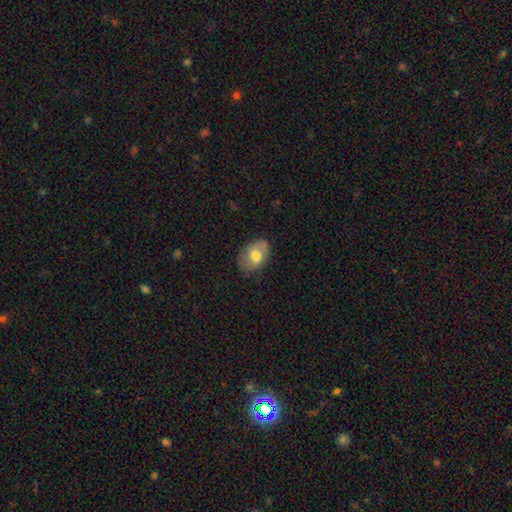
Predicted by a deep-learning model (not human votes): Smooth or featured?
  - smooth: 66% *
  - featured or disk: 26%
  - star or artifact: 7%
How rounded?
  - in between: 76% *
  - round: 23%
  - cigar-shaped: 1%
Merging?
  - none: 76% *
  - minor disturbance: 18%
  - major disturbance: 4%
  - merger: 1%